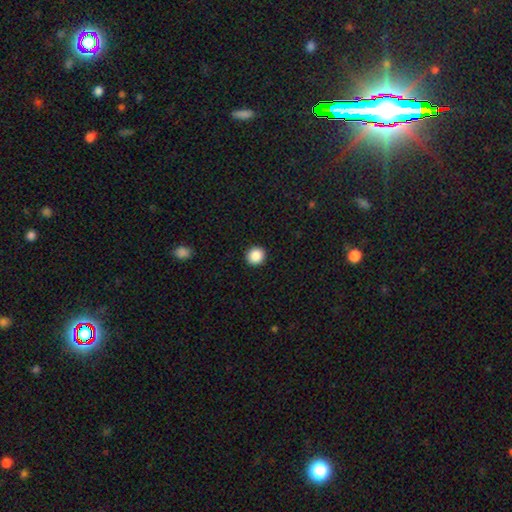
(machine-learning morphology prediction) This appears to be a smooth galaxy with no disk features (89%) that is round (92%). Merging: none (93%).